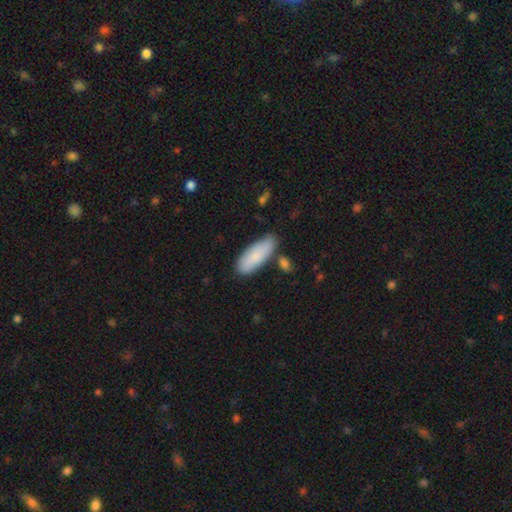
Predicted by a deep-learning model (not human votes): A smooth galaxy with no disk features (85%) that is in between round and cigar-shaped (70%).

Vote fractions:
- Smooth or featured? smooth: 85% / featured or disk: 10% / star or artifact: 6%
- How rounded? in between: 70% / cigar-shaped: 28% / round: 2%
- Merging? none: 72% / minor disturbance: 18% / merger: 6% / major disturbance: 3%